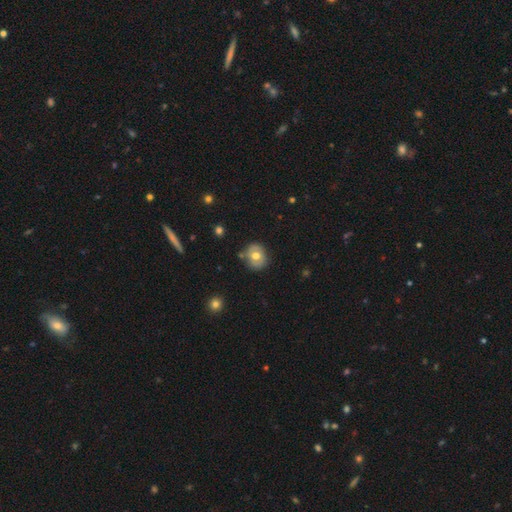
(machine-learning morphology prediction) Smooth or featured?
  - smooth: 62% *
  - featured or disk: 30%
  - star or artifact: 9%
How rounded?
  - round: 69% *
  - in between: 30%
  - cigar-shaped: 1%
Merging?
  - none: 75% *
  - minor disturbance: 17%
  - merger: 5%
  - major disturbance: 4%